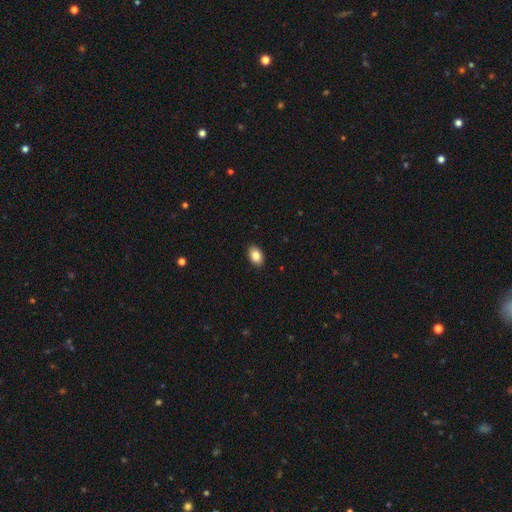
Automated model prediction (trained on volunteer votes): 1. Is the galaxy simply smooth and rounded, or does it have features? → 85% smooth, 8% star or artifact, 7% featured or disk.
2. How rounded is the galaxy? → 88% in between, 11% round, 1% cigar-shaped.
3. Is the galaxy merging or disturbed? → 90% none, 8% minor disturbance, 2% major disturbance, 1% merger.